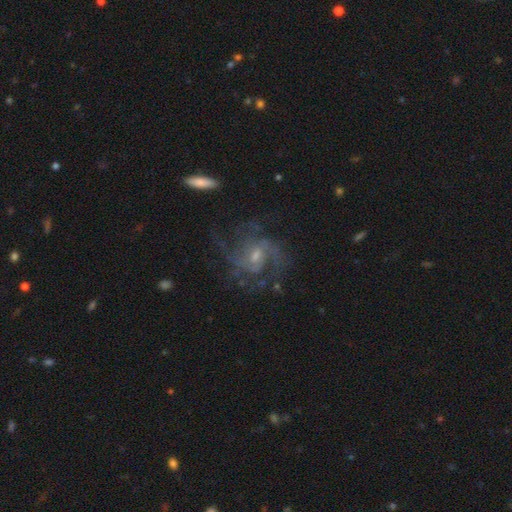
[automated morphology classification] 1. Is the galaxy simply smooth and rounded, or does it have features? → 82% featured or disk, 9% star or artifact, 9% smooth.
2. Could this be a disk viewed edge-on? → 97% no, 3% yes.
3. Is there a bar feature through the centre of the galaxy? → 50% no, 42% weak, 8% strong.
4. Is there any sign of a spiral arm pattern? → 92% yes, 8% no.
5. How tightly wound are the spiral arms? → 48% medium, 33% tight, 19% loose.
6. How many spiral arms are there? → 31% 2, 29% can't tell, 21% 3, 8% 4, 5% 1, 5% more than 4.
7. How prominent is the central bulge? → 54% small, 38% moderate, 4% none, 3% large, 1% dominant.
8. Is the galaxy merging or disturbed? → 67% none, 16% minor disturbance, 15% major disturbance, 2% merger.